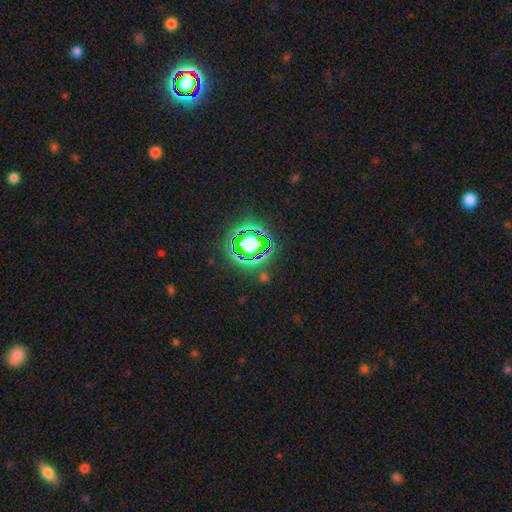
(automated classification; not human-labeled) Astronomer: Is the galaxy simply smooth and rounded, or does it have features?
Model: star or artifact — 81%.